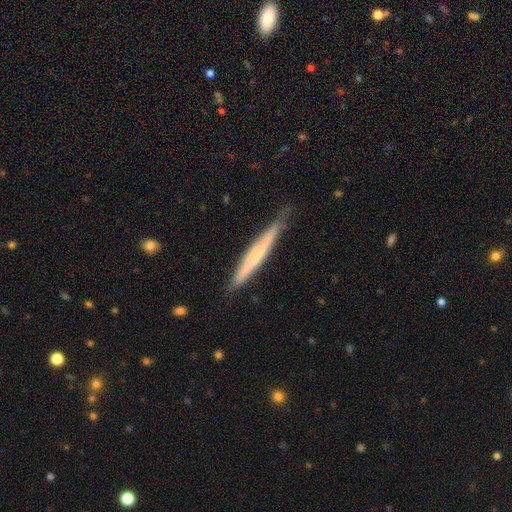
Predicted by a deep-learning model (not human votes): Morphology: type=featured or disk (48%); merging=none (79%).